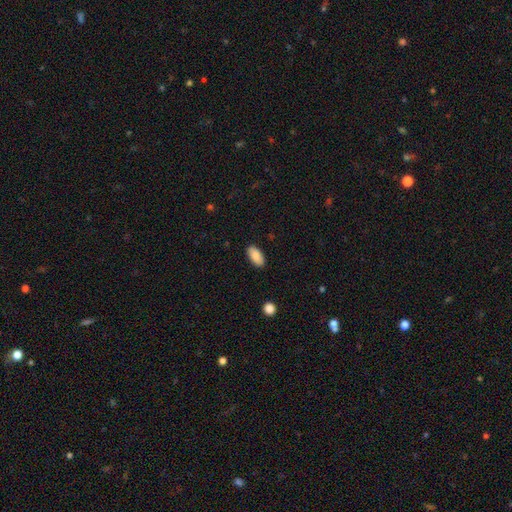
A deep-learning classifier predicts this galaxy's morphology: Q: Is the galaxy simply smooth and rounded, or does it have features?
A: smooth — 86%.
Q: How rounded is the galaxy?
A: in between — 93%.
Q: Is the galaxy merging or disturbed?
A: none — 88%.